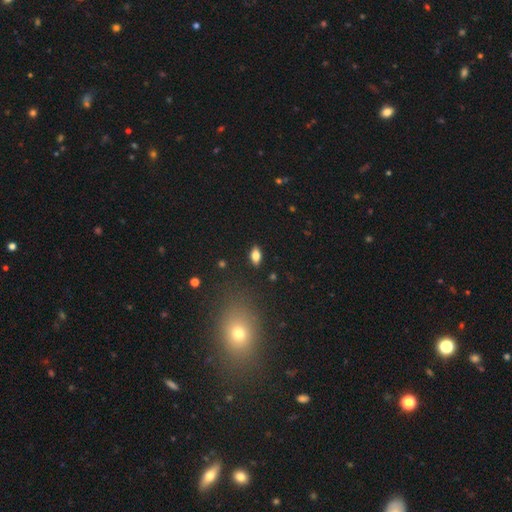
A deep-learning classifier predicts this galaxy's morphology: The model was most divided on "smooth or featured": smooth: 75%, featured or disk: 16%, star or artifact: 10%. More confident: how rounded — in between (87%); merging — none (87%).